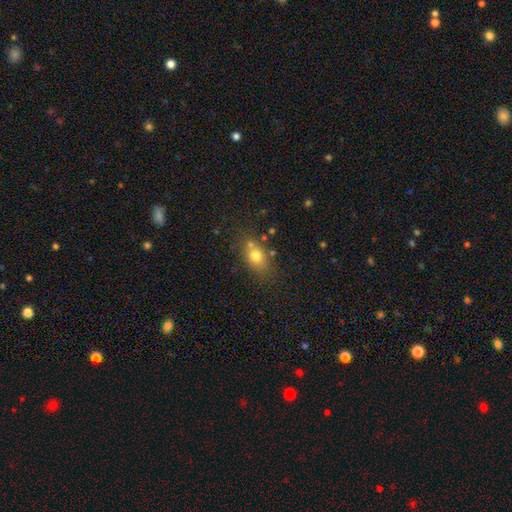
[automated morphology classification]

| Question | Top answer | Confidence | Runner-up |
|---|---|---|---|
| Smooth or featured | smooth | 73% | featured or disk (15%) |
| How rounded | in between | 65% | round (31%) |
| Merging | none | 63% | merger (16%) |